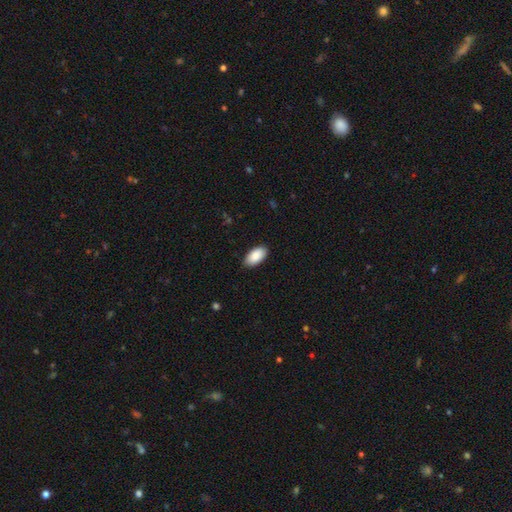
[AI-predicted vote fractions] Q: Smooth or featured?
A: smooth (89%); runner-up: star or artifact (6%)
Q: How rounded?
A: in between (95%); runner-up: cigar-shaped (3%)
Q: Merging?
A: none (85%); runner-up: minor disturbance (12%)